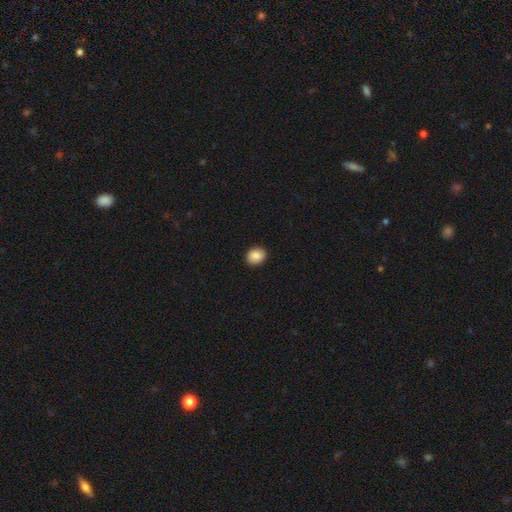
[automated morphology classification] Smooth or featured: smooth — 88% (star or artifact — 8%)
How rounded: round — 54% (in between — 45%)
Merging: none — 90% (minor disturbance — 8%)